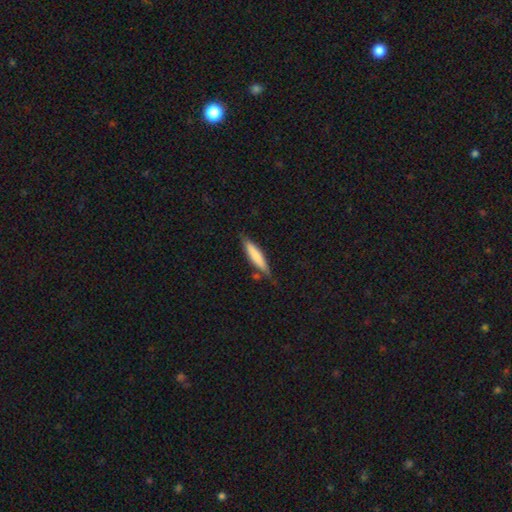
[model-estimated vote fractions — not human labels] This is likely a smooth galaxy (73%). How rounded: clearly cigar-shaped (84%). Merging: likely none (75%).